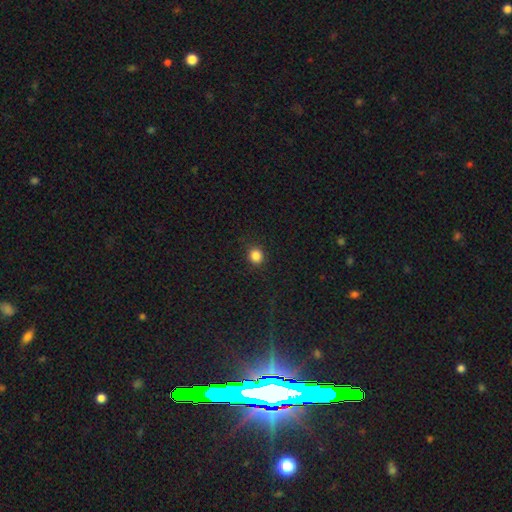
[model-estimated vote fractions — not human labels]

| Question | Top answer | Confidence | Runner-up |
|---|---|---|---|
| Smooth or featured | smooth | 85% | star or artifact (12%) |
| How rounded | round | 88% | in between (11%) |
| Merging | none | 90% | minor disturbance (6%) |